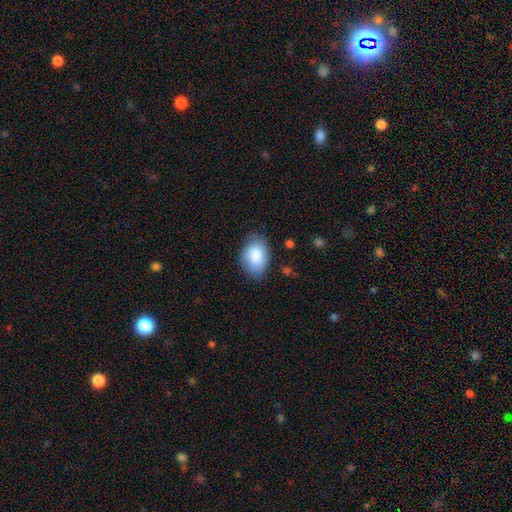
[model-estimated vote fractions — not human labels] The model was most divided on "merging": none: 75%, minor disturbance: 19%, major disturbance: 4%, merger: 2%. More confident: how rounded — in between (88%); smooth or featured — smooth (86%).